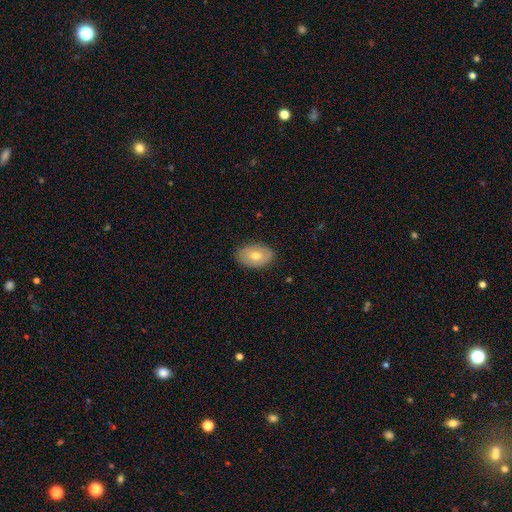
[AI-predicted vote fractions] Smooth or featured?
  - smooth: 65% *
  - featured or disk: 28%
  - star or artifact: 7%
How rounded?
  - in between: 88% *
  - round: 11%
  - cigar-shaped: 1%
Merging?
  - none: 85% *
  - minor disturbance: 12%
  - major disturbance: 2%
  - merger: 1%